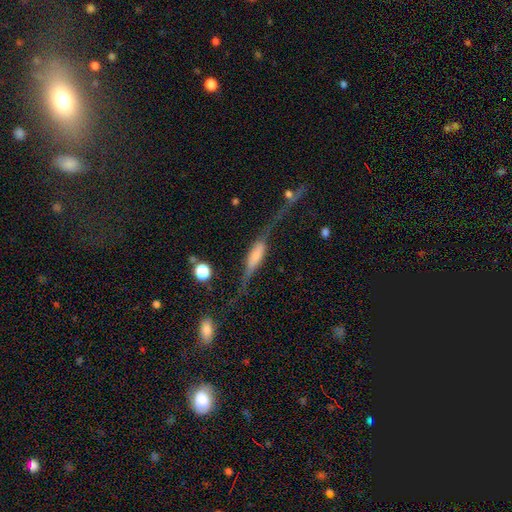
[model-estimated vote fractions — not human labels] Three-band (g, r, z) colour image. It shows a featured or disk galaxy (62%) viewed edge-on (86%) with a boxy central bulge (45%). Merging: none (46%).